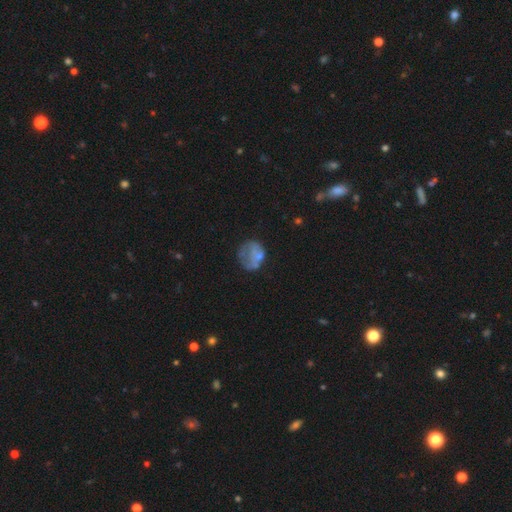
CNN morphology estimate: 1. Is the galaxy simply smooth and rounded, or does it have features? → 52% smooth, 37% featured or disk, 11% star or artifact.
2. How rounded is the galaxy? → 59% round, 40% in between, 1% cigar-shaped.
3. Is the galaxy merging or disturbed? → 35% none, 32% major disturbance, 26% minor disturbance, 7% merger.